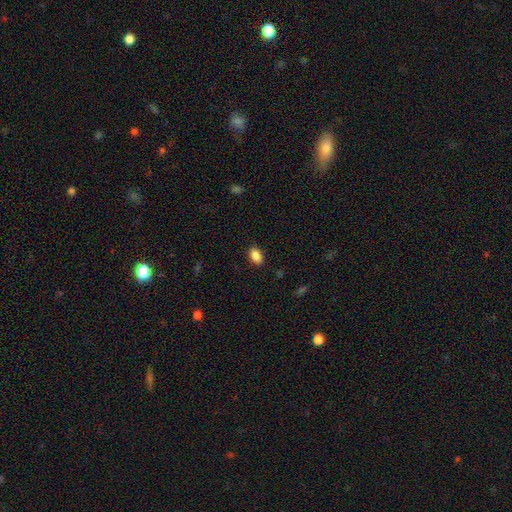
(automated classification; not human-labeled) Smooth or featured?
  - smooth: 88% *
  - star or artifact: 8%
  - featured or disk: 4%
How rounded?
  - in between: 90% *
  - round: 8%
  - cigar-shaped: 2%
Merging?
  - none: 88% *
  - minor disturbance: 9%
  - major disturbance: 2%
  - merger: 1%